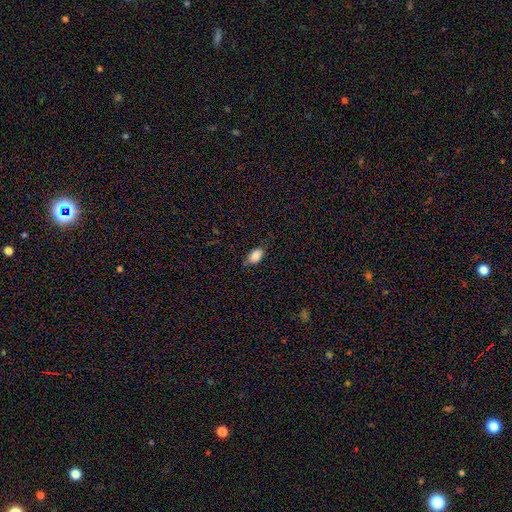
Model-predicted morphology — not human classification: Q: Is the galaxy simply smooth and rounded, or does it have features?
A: smooth — 84%.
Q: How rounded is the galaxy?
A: in between — 88%.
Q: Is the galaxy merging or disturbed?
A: none — 69%.